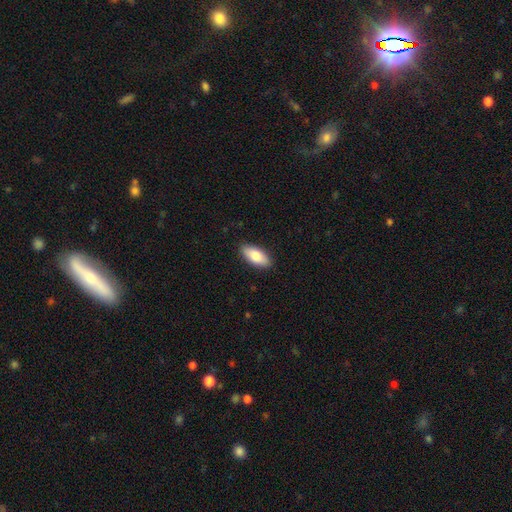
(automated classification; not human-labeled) Smooth or featured: smooth — 82% (featured or disk — 13%)
How rounded: in between — 86% (cigar-shaped — 11%)
Merging: none — 89% (minor disturbance — 8%)